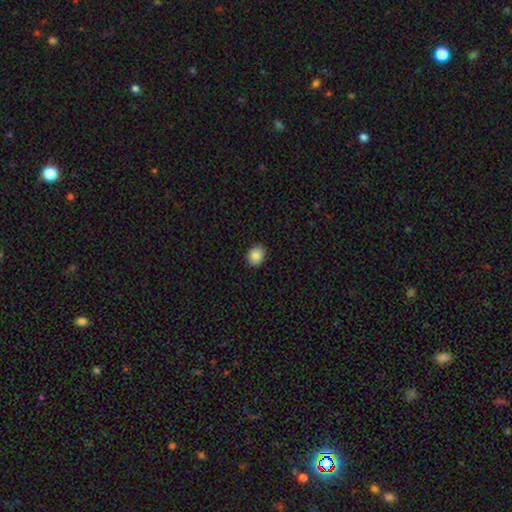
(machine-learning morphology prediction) smooth 85%, star or artifact 9%, featured or disk 6%. Down the decision tree: how rounded — round (57%); merging — none (89%).